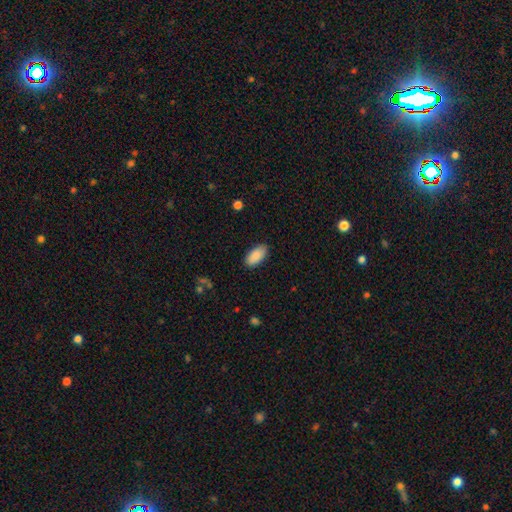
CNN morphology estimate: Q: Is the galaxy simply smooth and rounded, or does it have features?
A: smooth — 89%.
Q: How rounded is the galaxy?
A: in between — 94%.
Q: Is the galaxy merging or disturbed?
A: none — 87%.